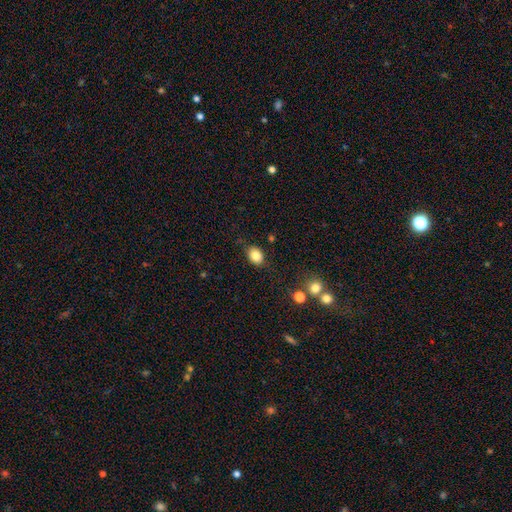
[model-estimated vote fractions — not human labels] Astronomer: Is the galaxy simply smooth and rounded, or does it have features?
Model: smooth — 84%.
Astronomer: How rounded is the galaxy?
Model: in between — 73%.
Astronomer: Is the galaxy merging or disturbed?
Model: none — 84%.